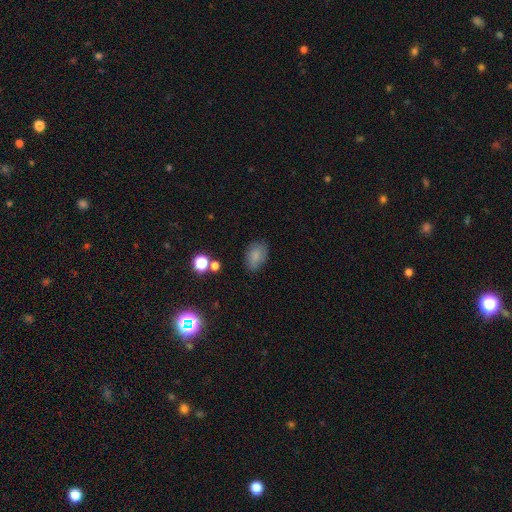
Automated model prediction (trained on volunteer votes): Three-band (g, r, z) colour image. It shows a smooth galaxy with no disk features (81%) that is in between round and cigar-shaped (84%). Merging: none (73%).